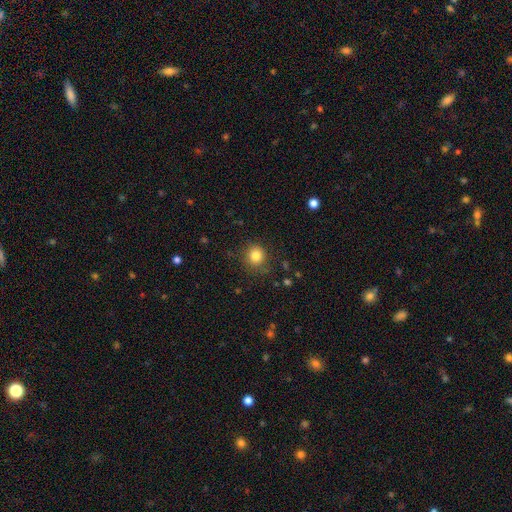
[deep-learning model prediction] This is clearly a smooth galaxy (83%). How rounded: clearly round (89%). Merging: clearly none (85%).